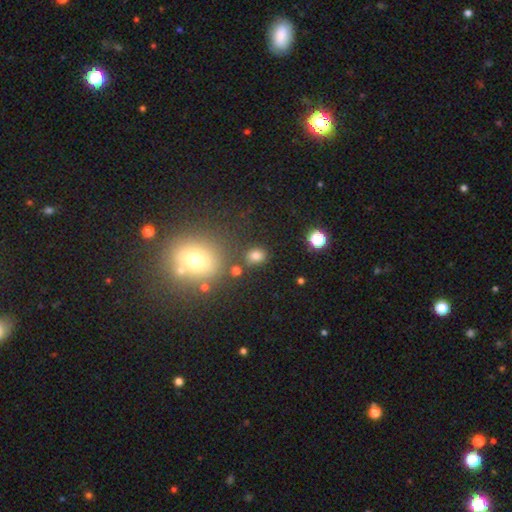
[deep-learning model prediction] Smooth or featured?
  - smooth: 76% *
  - star or artifact: 17%
  - featured or disk: 6%
How rounded?
  - round: 56% *
  - in between: 42%
  - cigar-shaped: 1%
Merging?
  - none: 78% *
  - minor disturbance: 12%
  - merger: 7%
  - major disturbance: 4%